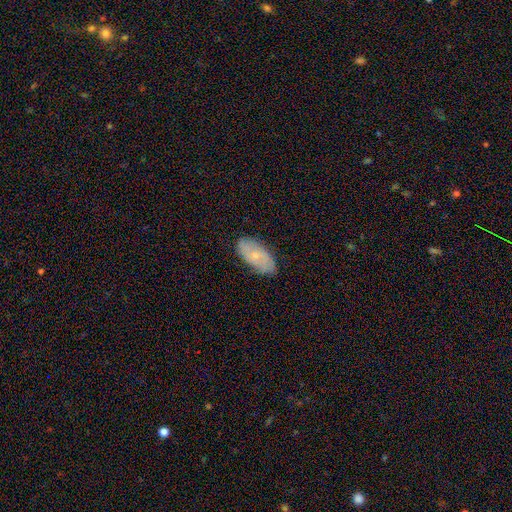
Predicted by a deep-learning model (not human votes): Morphology: type=smooth (48%); merging=none (78%).